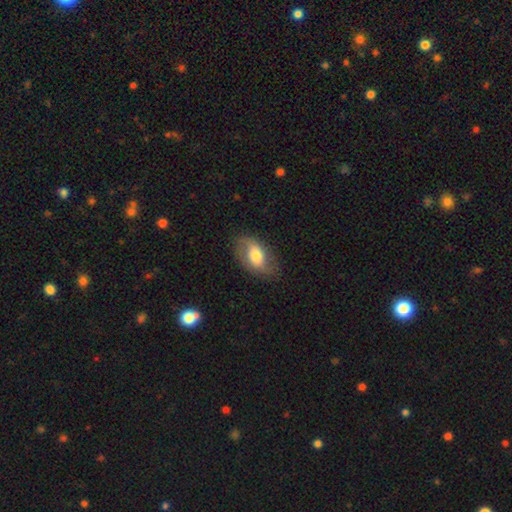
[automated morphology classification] Overall: smooth (55%; featured or disk 38%). How rounded: in between (88%). Merging: none (74%).